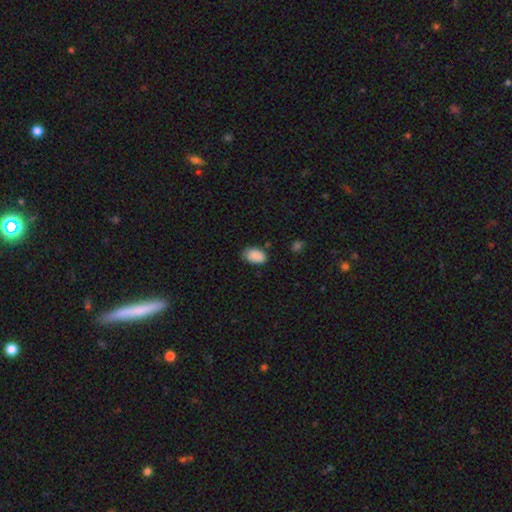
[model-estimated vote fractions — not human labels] A smooth galaxy with no disk features (89%) that is in between round and cigar-shaped (91%). Merging: none (75%).